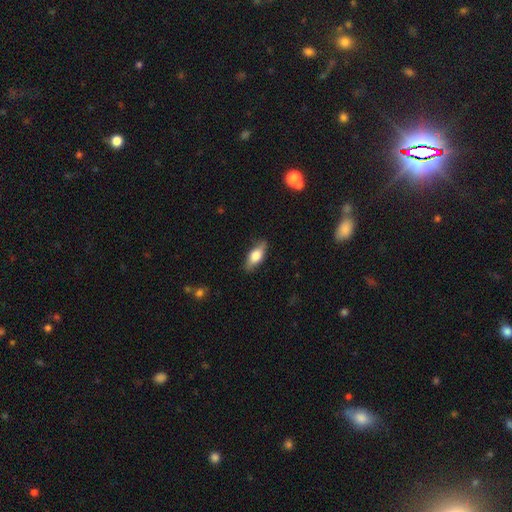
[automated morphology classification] Overall: smooth (66%; featured or disk 27%). How rounded: in between (76%). Merging: none (82%).